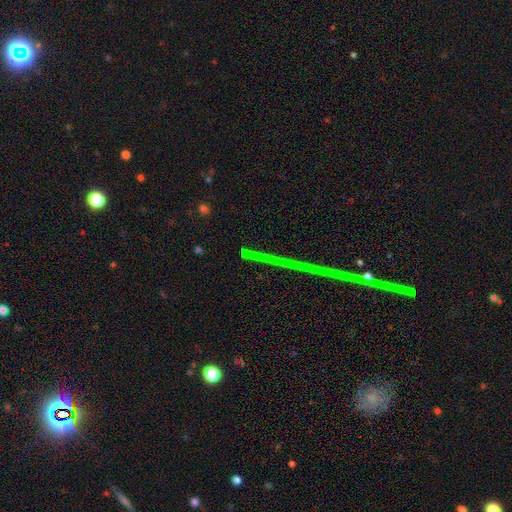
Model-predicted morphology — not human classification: This is likely a star or artifact rather than a galaxy (75%).